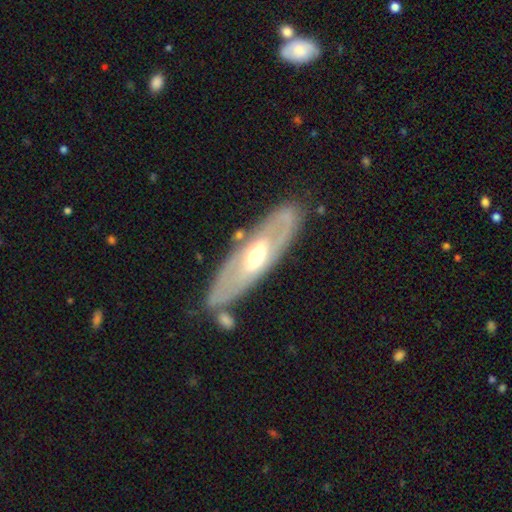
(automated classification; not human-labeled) The model was most divided on "spiral arms": yes: 53%, no: 47%. More confident: merging — none (78%); edge-on disk — no (74%); smooth or featured — featured or disk (73%); bulge size — moderate (69%); bar — no (52%).